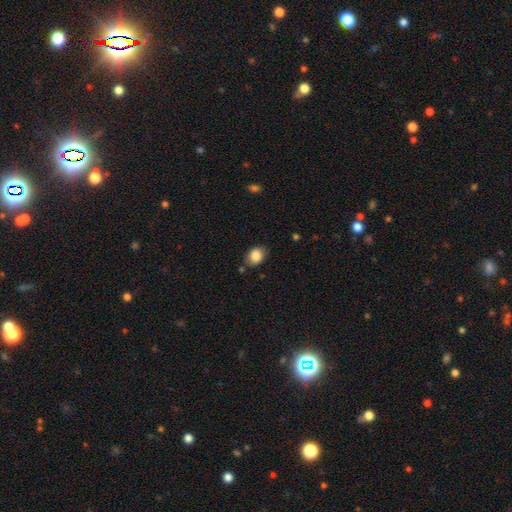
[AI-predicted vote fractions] This appears to be a smooth galaxy with no disk features (85%) that is in between round and cigar-shaped (63%). Merging: none (76%).